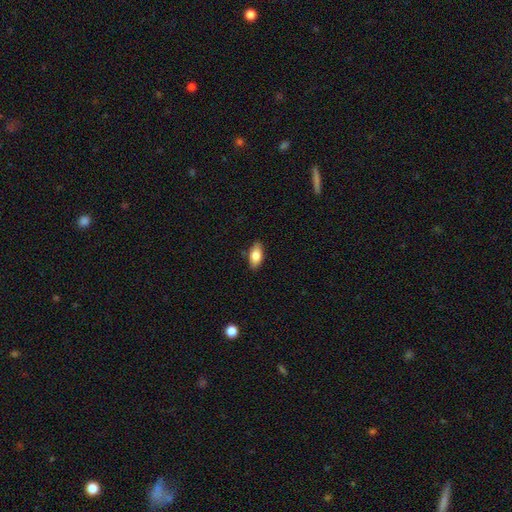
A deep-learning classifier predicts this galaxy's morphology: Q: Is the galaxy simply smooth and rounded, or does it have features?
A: smooth — 80%.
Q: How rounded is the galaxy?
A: in between — 89%.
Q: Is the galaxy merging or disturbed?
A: none — 84%.